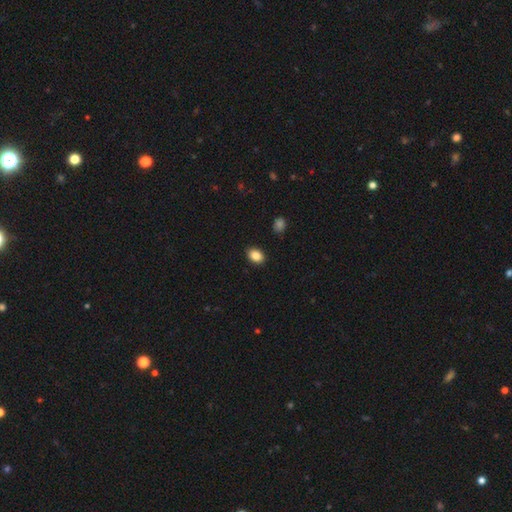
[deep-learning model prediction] Morphology: type=smooth (87%); roundness=in between (70%); merging=none (90%).